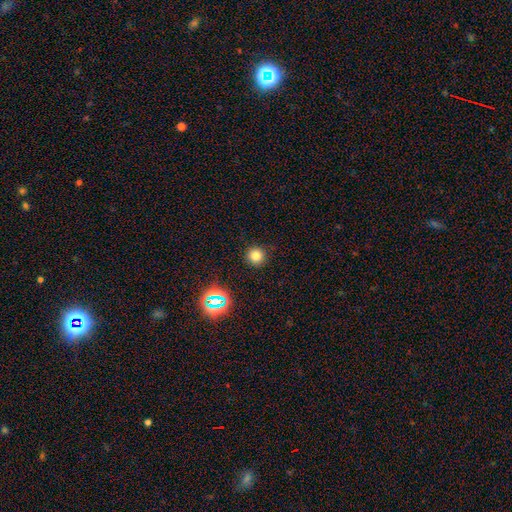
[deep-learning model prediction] smooth 77%, star or artifact 18%, featured or disk 6%. Down the decision tree: how rounded — round (95%); merging — none (90%).